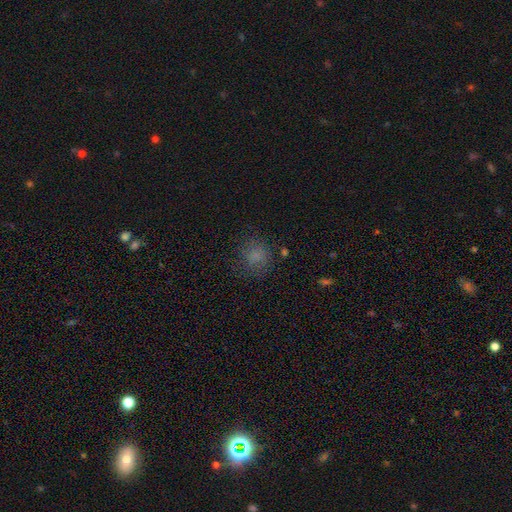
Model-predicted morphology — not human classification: Smooth or featured: smooth — 71% (star or artifact — 17%)
How rounded: round — 76% (in between — 23%)
Merging: none — 69% (minor disturbance — 18%)